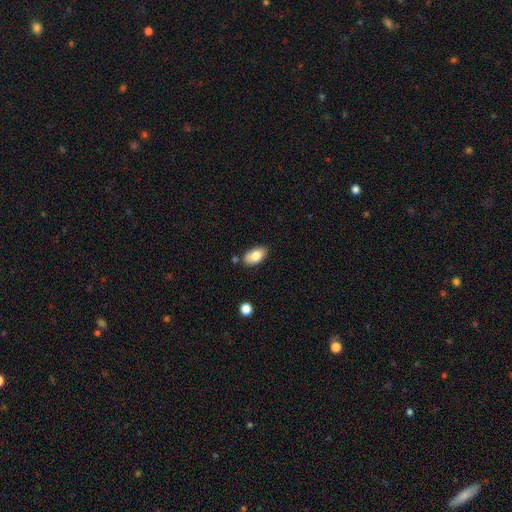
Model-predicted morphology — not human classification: Overall: smooth (81%). How rounded: in between (93%). Merging: none (74%).